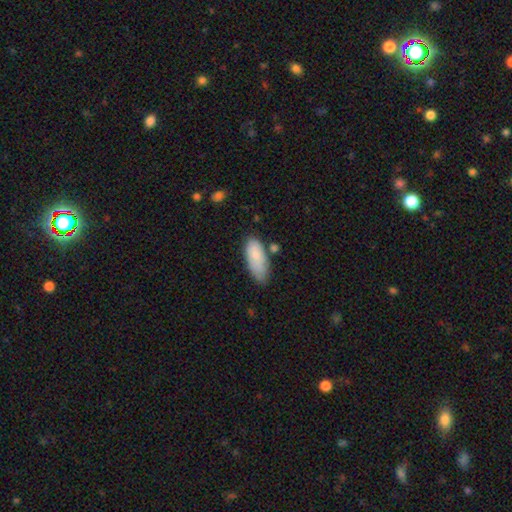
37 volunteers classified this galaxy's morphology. smooth 84%, featured or disk 11%, star or artifact 5%. Down the decision tree: how rounded — in between (71%); merging — none (43%).